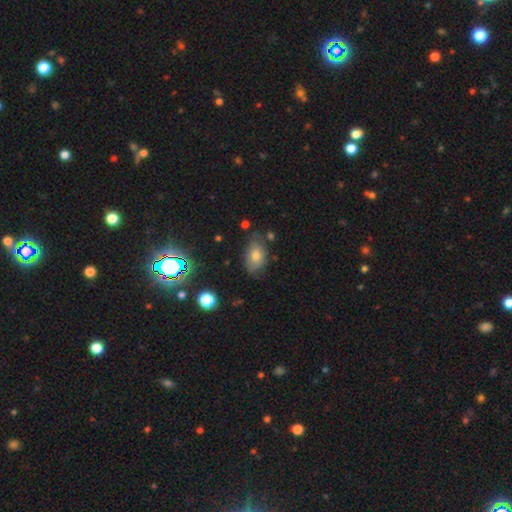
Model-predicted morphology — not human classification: This is likely a smooth galaxy (67%). How rounded: clearly in between (87%). Merging: likely none (70%).